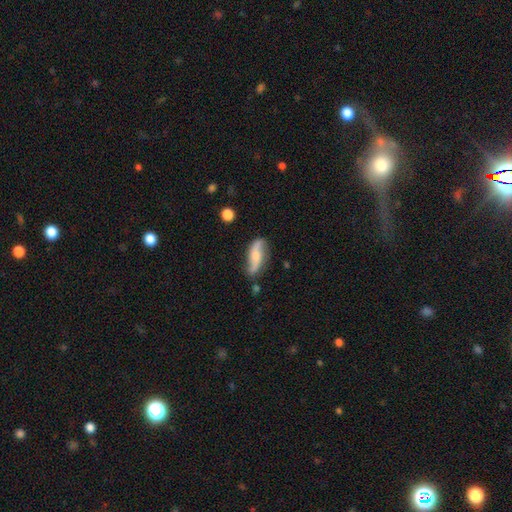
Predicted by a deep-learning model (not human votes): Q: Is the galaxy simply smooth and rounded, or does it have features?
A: featured or disk — 64%.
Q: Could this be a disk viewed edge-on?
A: no — 86%.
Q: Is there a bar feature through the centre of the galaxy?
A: no — 58%.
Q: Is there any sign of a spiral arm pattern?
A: yes — 91%.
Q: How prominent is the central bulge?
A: small — 47%.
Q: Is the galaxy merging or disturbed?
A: none — 69%.